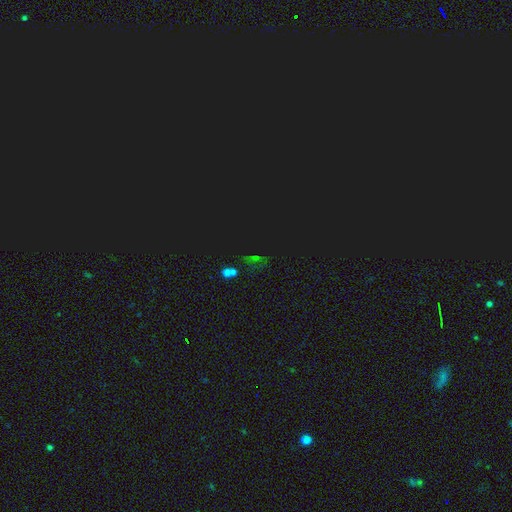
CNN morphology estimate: star or artifact 69%, smooth 21%, featured or disk 10%.